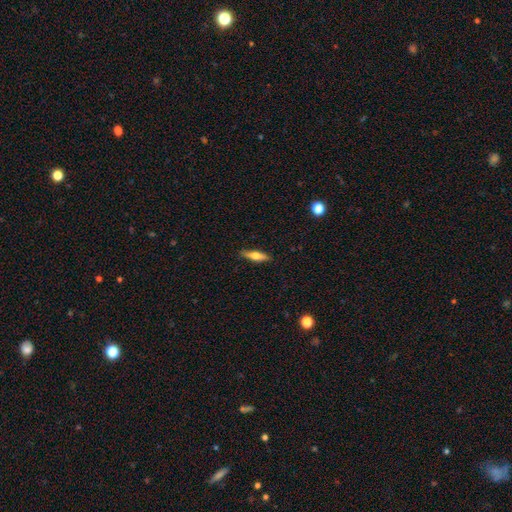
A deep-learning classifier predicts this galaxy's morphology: smooth 54%, featured or disk 39%, star or artifact 6%. Down the decision tree: how rounded — cigar-shaped (66%); merging — none (86%).